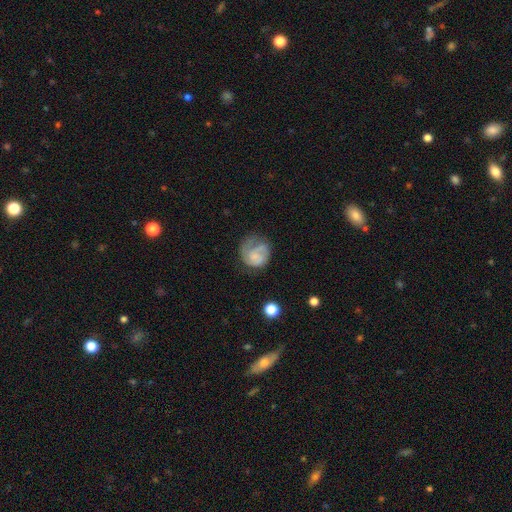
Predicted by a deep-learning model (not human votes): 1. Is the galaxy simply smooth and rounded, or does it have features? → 54% featured or disk, 39% smooth, 8% star or artifact.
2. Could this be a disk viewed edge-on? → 98% no, 2% yes.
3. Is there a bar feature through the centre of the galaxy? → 74% no, 23% weak, 4% strong.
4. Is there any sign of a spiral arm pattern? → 82% yes, 18% no.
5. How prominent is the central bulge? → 56% none, 24% small, 13% moderate, 5% large, 2% dominant.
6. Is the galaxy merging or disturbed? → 46% none, 27% major disturbance, 25% minor disturbance, 2% merger.